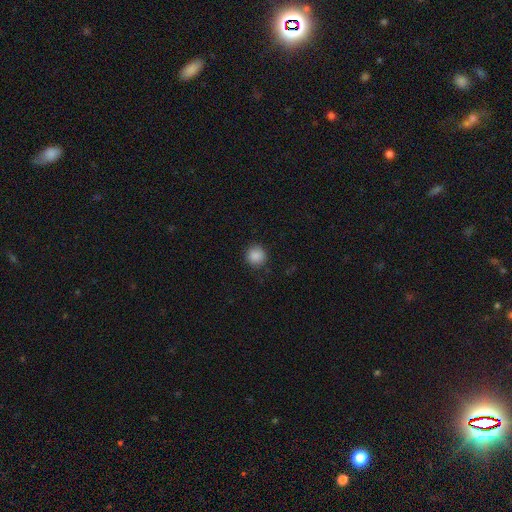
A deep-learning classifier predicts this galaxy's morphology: smooth_or_featured: smooth (p=0.88) [alt: star or artifact p=0.10]
how_rounded: round (p=0.92) [alt: in between p=0.07]
merging: none (p=0.88) [alt: minor disturbance p=0.09]